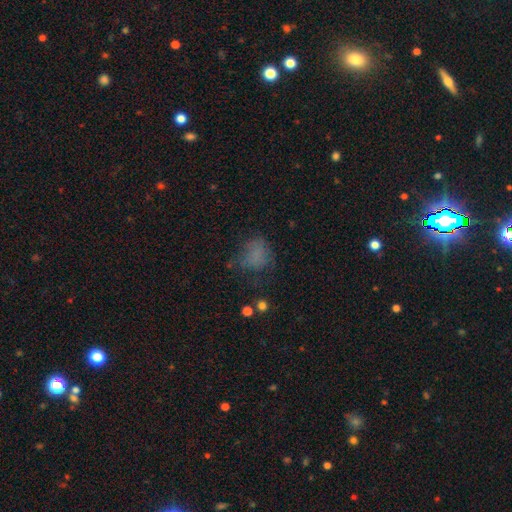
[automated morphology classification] Overall: smooth (66%). How rounded: round (55%; in between 44%). Merging: none (47%; minor disturbance 25%).